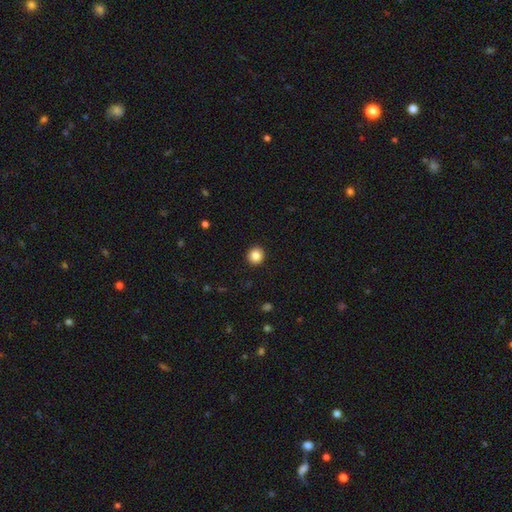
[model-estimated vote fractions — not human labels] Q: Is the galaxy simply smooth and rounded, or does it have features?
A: smooth — 86%.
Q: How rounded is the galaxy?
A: round — 91%.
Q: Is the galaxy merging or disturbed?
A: none — 93%.